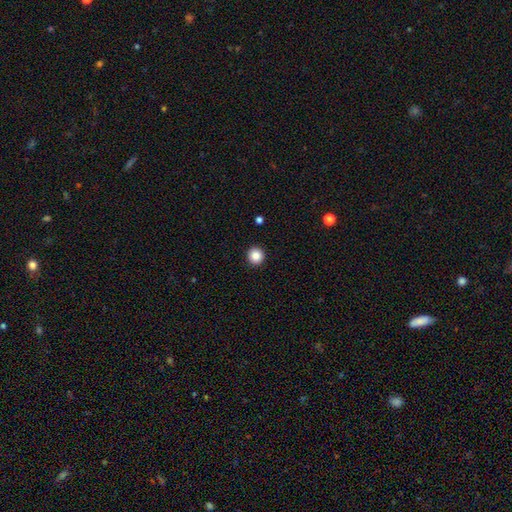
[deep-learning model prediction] A smooth galaxy with no disk features (87%) that is round (95%).

Vote fractions:
- Smooth or featured? smooth: 87% / star or artifact: 10% / featured or disk: 3%
- How rounded? round: 95% / in between: 4% / cigar-shaped: 1%
- Merging? none: 94% / minor disturbance: 4% / major disturbance: 1% / merger: 1%